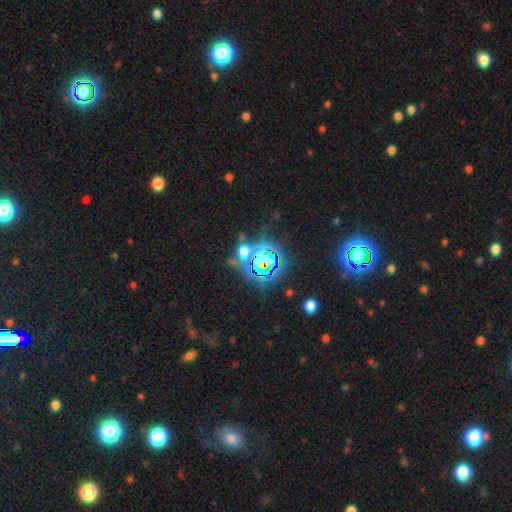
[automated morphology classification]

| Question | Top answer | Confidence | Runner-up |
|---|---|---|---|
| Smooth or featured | star or artifact | 77% | smooth (14%) |